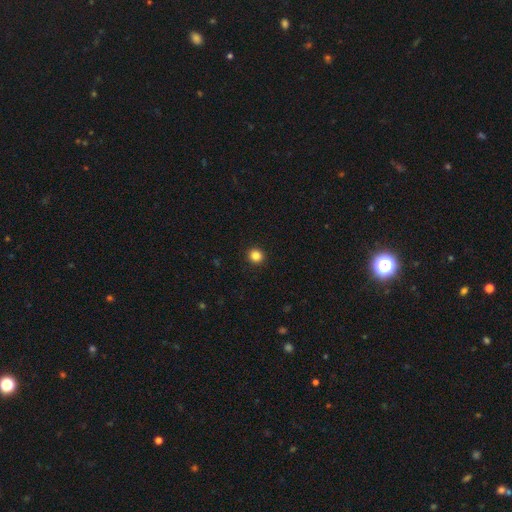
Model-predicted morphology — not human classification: smooth_or_featured: smooth (p=0.84) [alt: star or artifact p=0.12]
how_rounded: round (p=0.92) [alt: in between p=0.07]
merging: none (p=0.93) [alt: minor disturbance p=0.04]